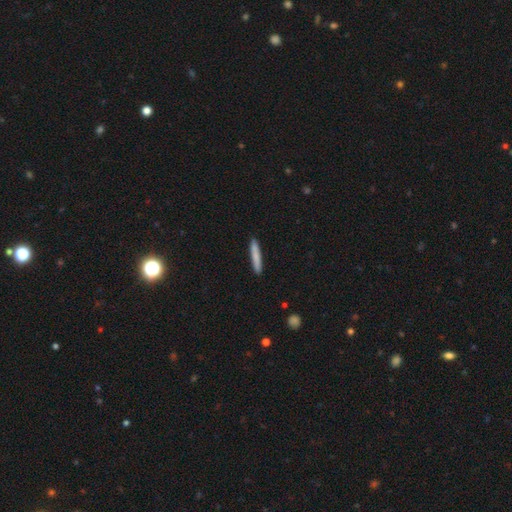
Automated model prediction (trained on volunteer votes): The model was most divided on "smooth or featured": smooth: 81%, featured or disk: 14%, star or artifact: 6%. More confident: how rounded — cigar-shaped (95%); merging — none (91%).